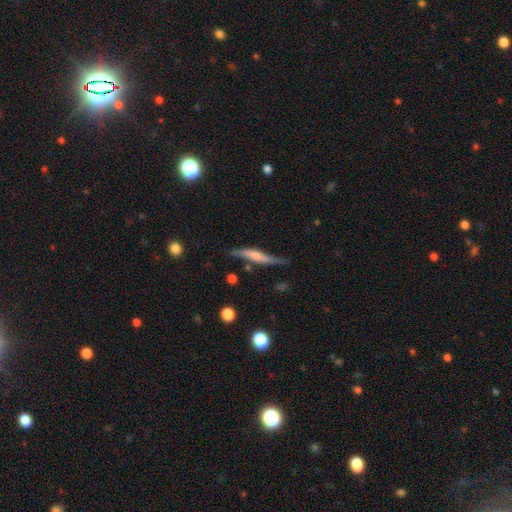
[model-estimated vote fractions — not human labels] Morphology: type=featured or disk (54%); edge-on=yes (83%); merging=none (63%).